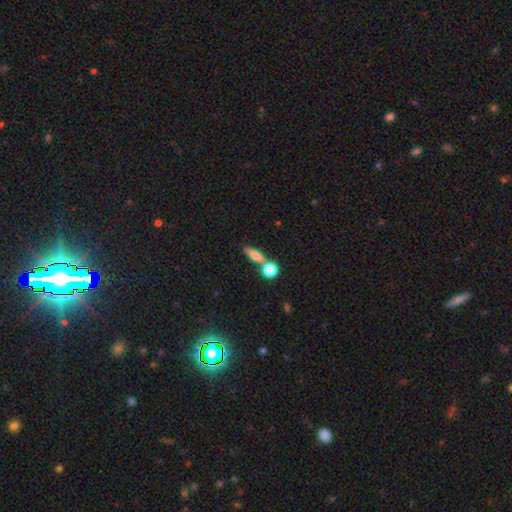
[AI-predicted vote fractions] Overall: smooth (69%). How rounded: in between (50%; cigar-shaped 35%). Merging: none (54%; merger 32%).